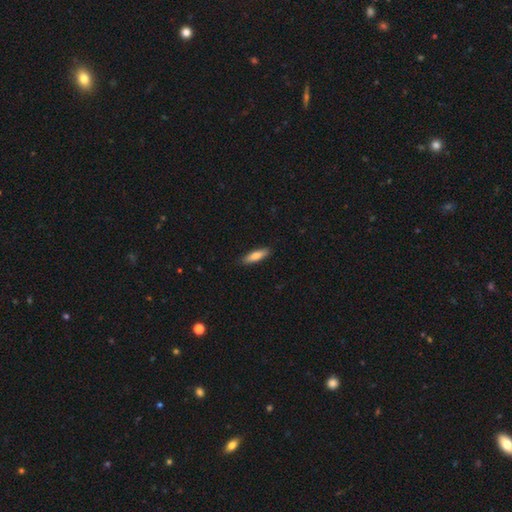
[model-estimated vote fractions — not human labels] The model was most divided on "how rounded": cigar-shaped: 63%, in between: 36%, round: 2%. More confident: merging — none (87%); smooth or featured — smooth (75%).